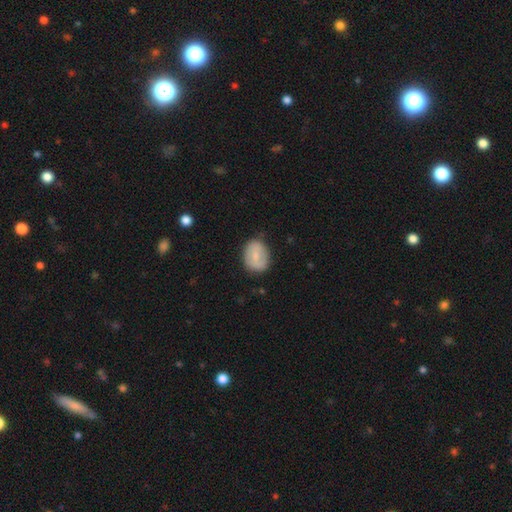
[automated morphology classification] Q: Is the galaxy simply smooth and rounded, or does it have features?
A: smooth — 67%.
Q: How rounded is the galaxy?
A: in between — 57%.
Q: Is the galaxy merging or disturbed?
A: none — 76%.